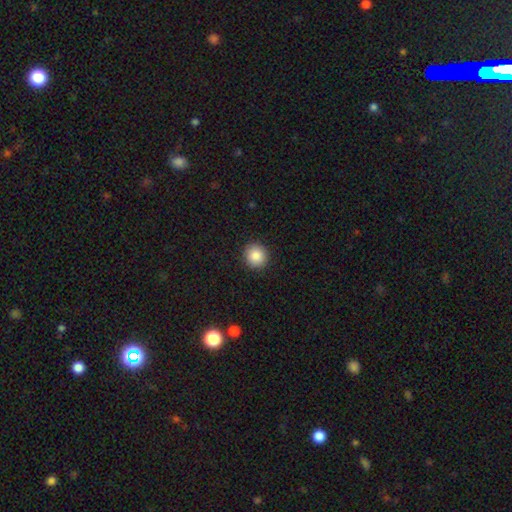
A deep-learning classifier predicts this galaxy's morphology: Smooth or featured?
  - smooth: 86% *
  - star or artifact: 9%
  - featured or disk: 5%
How rounded?
  - round: 91% *
  - in between: 8%
  - cigar-shaped: 1%
Merging?
  - none: 92% *
  - minor disturbance: 5%
  - major disturbance: 2%
  - merger: 1%